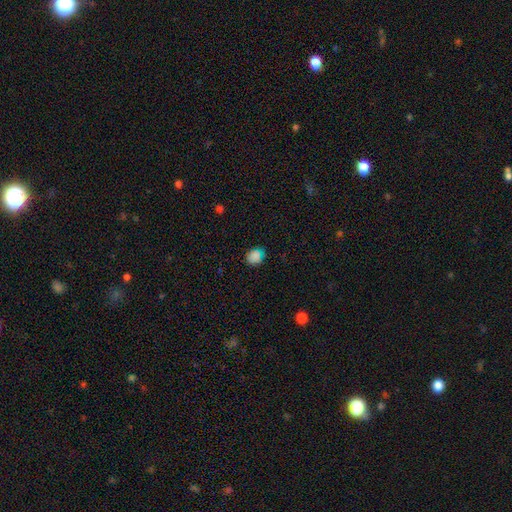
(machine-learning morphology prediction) smooth-or-featured: smooth: 77% | star or artifact: 18% | featured or disk: 5%
  how-rounded: round: 70% | in between: 28% | cigar-shaped: 1%
  merging: none: 82% | minor disturbance: 14% | major disturbance: 3% | merger: 2%